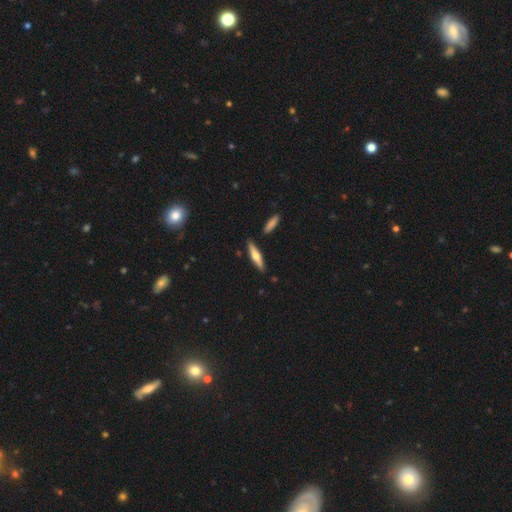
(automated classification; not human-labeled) smooth_or_featured: featured or disk (p=0.49) [alt: smooth p=0.45]
merging: none (p=0.87) [alt: minor disturbance p=0.08]